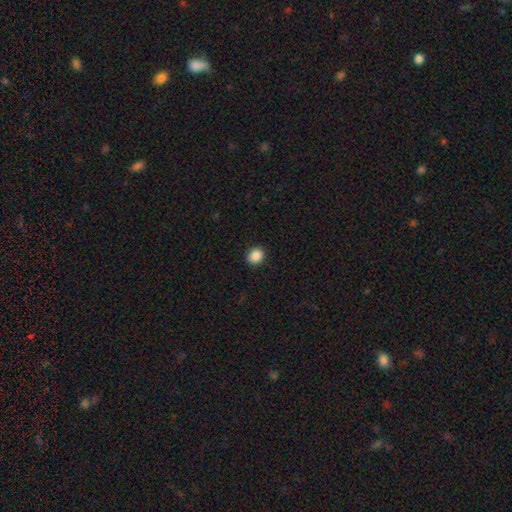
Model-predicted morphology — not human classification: Q: Smooth or featured?
A: smooth (88%); runner-up: star or artifact (9%)
Q: How rounded?
A: round (68%); runner-up: in between (31%)
Q: Merging?
A: none (91%); runner-up: minor disturbance (6%)